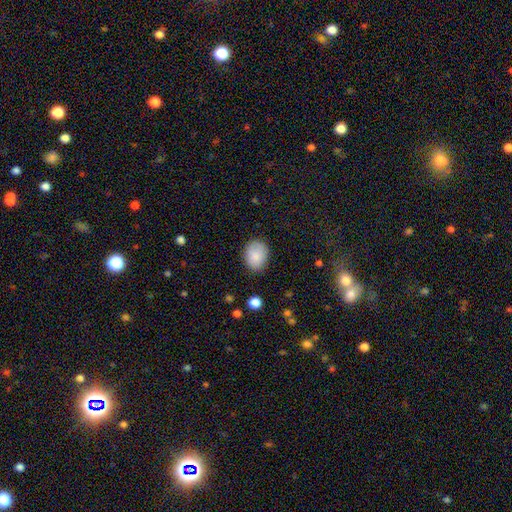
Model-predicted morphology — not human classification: type=smooth (86%); roundness=in between (62%); merging=none (81%).